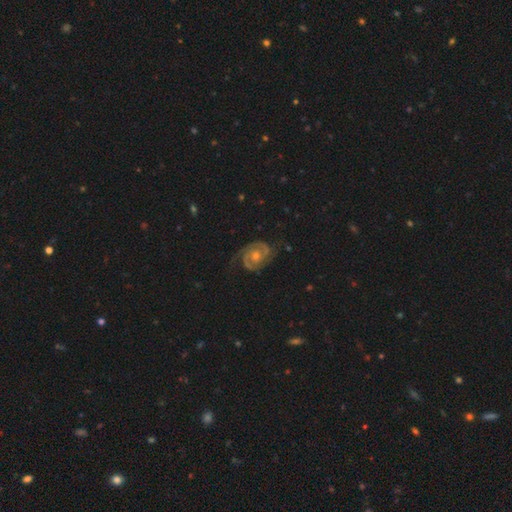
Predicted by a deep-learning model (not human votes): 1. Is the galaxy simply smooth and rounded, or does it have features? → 89% featured or disk, 6% star or artifact, 5% smooth.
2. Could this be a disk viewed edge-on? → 98% no, 2% yes.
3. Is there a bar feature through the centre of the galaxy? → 72% no, 23% weak, 6% strong.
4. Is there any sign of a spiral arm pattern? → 98% yes, 2% no.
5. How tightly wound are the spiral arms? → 55% tight, 37% medium, 7% loose.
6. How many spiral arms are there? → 85% 2, 6% 3, 4% can't tell, 2% 1, 2% 4, 2% more than 4.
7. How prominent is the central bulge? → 63% moderate, 32% small, 3% large, 1% none, 1% dominant.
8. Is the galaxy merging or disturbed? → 77% none, 16% minor disturbance, 6% major disturbance, 1% merger.